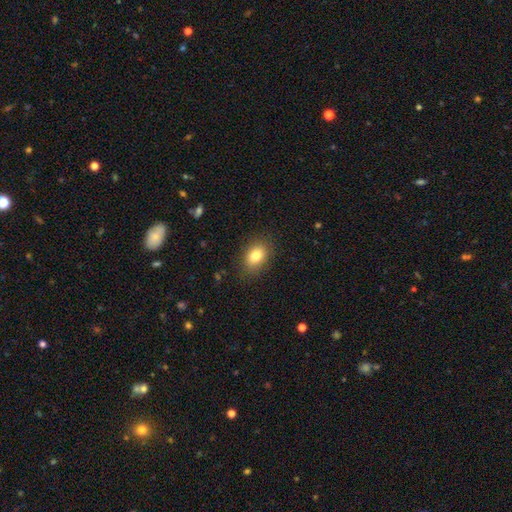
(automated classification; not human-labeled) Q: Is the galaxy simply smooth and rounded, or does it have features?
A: smooth — 82%.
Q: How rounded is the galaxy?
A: in between — 81%.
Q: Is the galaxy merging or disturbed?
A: none — 85%.